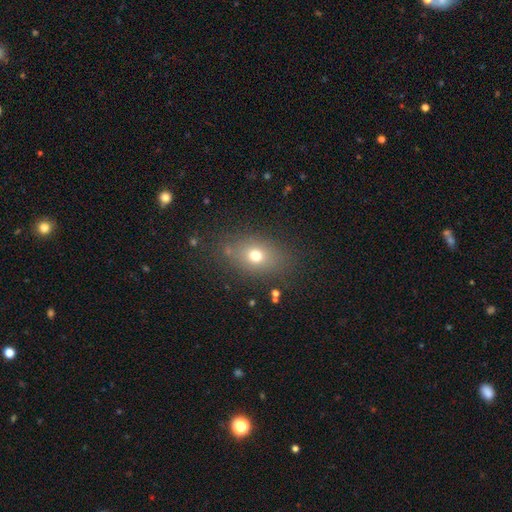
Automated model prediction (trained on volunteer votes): Morphology: type=smooth (70%); roundness=in between (63%); merging=none (81%).